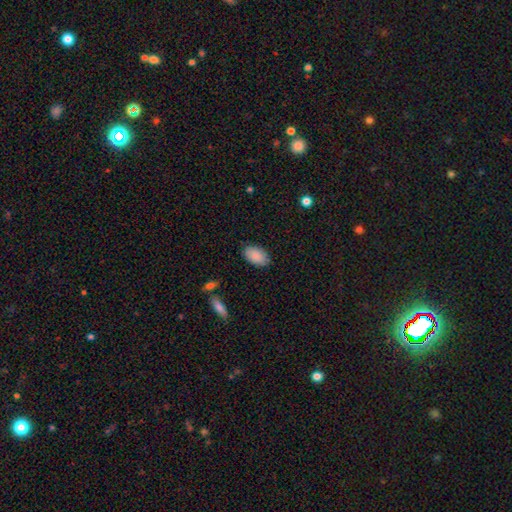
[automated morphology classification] A smooth galaxy with no disk features (89%) that is in between round and cigar-shaped (93%).

Vote fractions:
- Smooth or featured? smooth: 89% / star or artifact: 6% / featured or disk: 5%
- How rounded? in between: 93% / round: 6% / cigar-shaped: 1%
- Merging? none: 86% / minor disturbance: 10% / major disturbance: 2% / merger: 1%